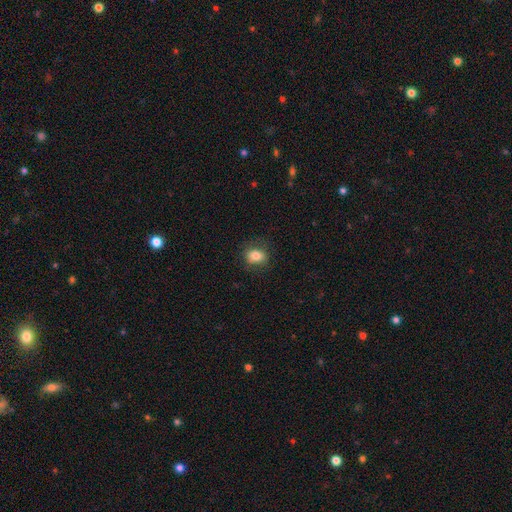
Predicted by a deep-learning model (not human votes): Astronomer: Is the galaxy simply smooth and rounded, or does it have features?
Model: smooth — 80%.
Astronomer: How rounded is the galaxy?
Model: in between — 55% (runner-up: round, 44%).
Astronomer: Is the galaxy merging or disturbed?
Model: none — 79%.